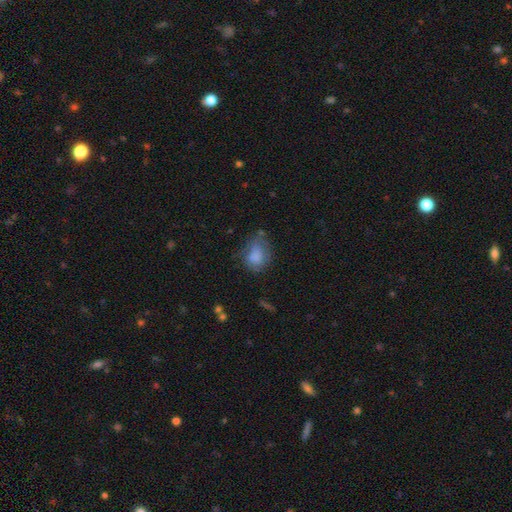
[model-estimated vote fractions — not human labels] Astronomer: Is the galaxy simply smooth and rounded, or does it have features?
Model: smooth — 74%.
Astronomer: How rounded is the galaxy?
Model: in between — 64%.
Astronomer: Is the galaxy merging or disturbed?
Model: none — 43% (runner-up: minor disturbance, 33%).